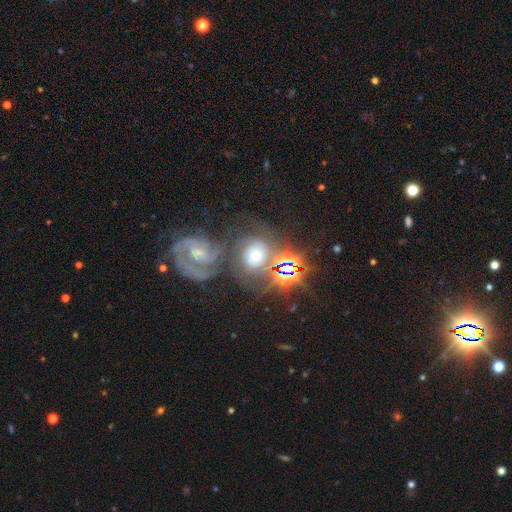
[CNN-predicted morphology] Smooth or featured? featured or disk (50%)
Edge-on disk? no (96%)
Merging? none (43%)